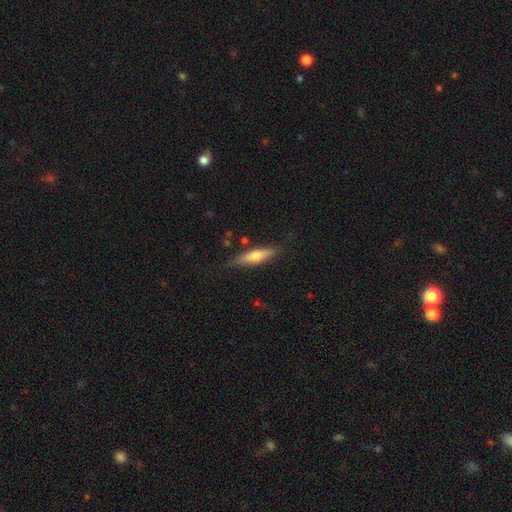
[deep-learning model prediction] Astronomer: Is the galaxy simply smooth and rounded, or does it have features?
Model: smooth — 50% (runner-up: featured or disk, 44%).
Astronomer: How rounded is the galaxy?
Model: cigar-shaped — 72%.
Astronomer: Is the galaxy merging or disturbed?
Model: none — 81%.